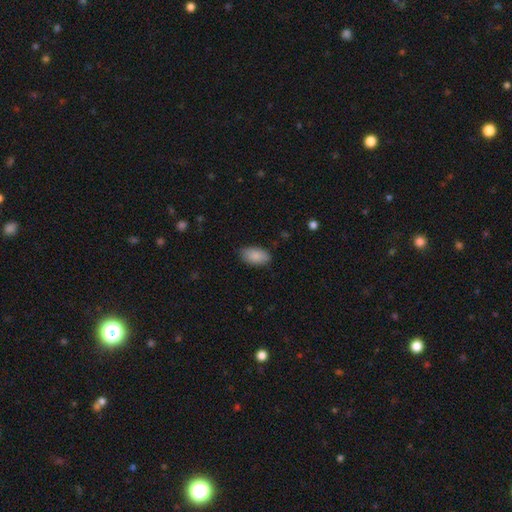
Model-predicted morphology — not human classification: This is clearly a smooth galaxy (88%). How rounded: clearly in between (94%). Merging: clearly none (84%).